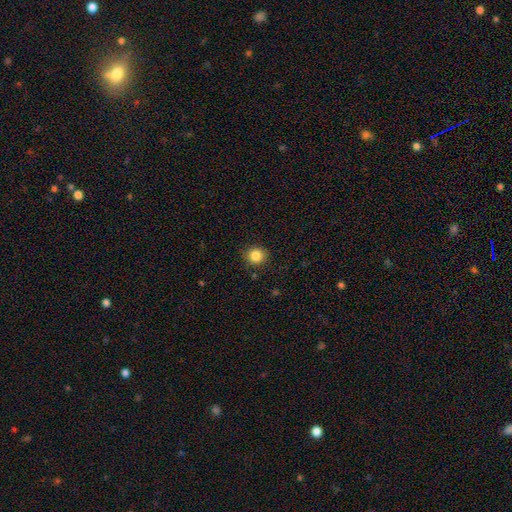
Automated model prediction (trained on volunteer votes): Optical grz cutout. It shows a smooth galaxy with no disk features (85%) that is round (89%). Merging: none (87%).